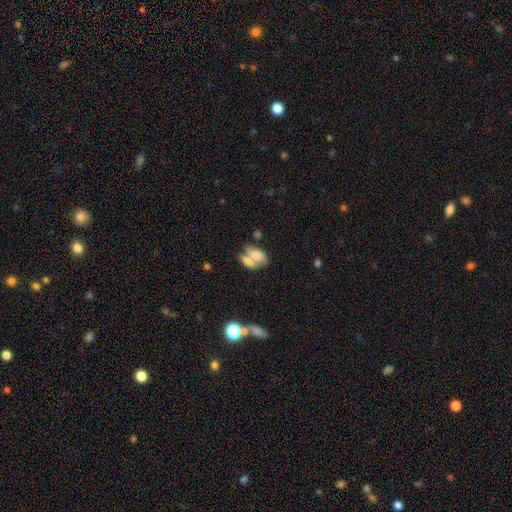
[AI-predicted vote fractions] Smooth or featured?
  - smooth: 71% *
  - featured or disk: 21%
  - star or artifact: 8%
How rounded?
  - in between: 87% *
  - round: 9%
  - cigar-shaped: 4%
Merging?
  - merger: 58% *
  - none: 25%
  - minor disturbance: 10%
  - major disturbance: 6%